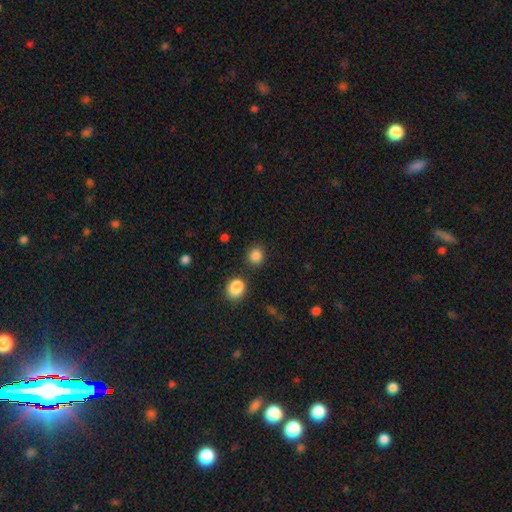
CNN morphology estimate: smooth_or_featured: smooth (p=0.86) [alt: star or artifact p=0.11]
how_rounded: round (p=0.84) [alt: in between p=0.15]
merging: none (p=0.84) [alt: minor disturbance p=0.08]